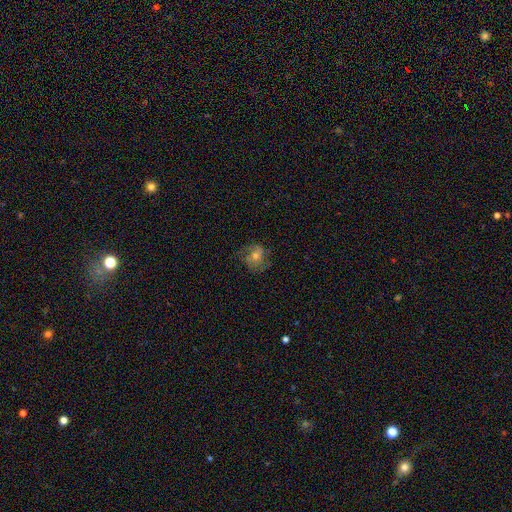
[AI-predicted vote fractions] smooth-or-featured: featured or disk: 52% | smooth: 35% | star or artifact: 13%
  disk-edge-on: no: 96% | yes: 4%
    bar: no: 67% | weak: 27% | strong: 6%
    has-spiral-arms: yes: 83% | no: 17%
    bulge-size: moderate: 59% | small: 32% | large: 5% | none: 2% | dominant: 1%
  merging: none: 67% | minor disturbance: 20% | major disturbance: 11% | merger: 1%